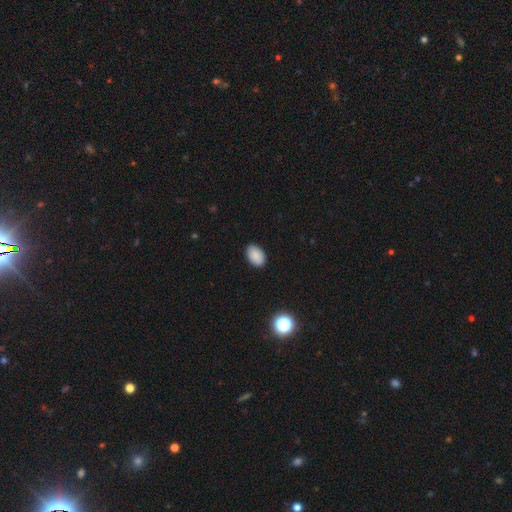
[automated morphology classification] Smooth or featured: smooth — 89% (star or artifact — 8%)
How rounded: in between — 90% (round — 9%)
Merging: none — 88% (minor disturbance — 9%)